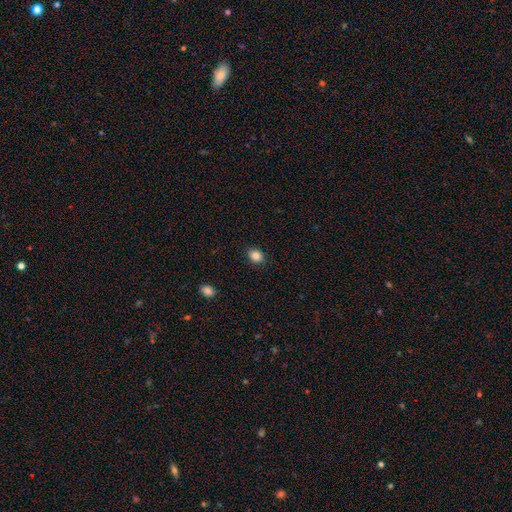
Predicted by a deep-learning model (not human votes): A smooth galaxy with no disk features (86%) that is round (53%). Merging: none (88%).